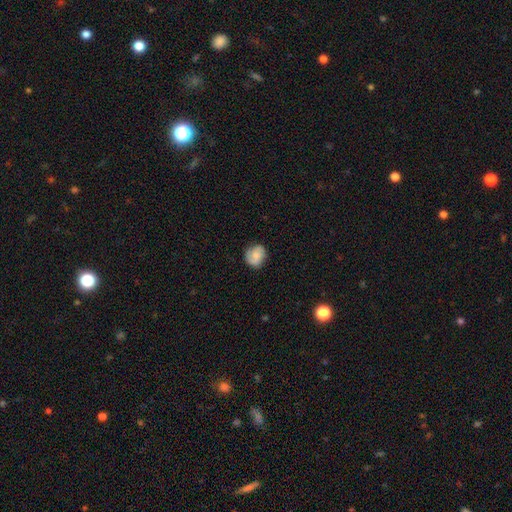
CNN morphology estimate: Smooth or featured? Predicted: smooth (p=0.59). How rounded? Predicted: round (p=0.68). Merging? Predicted: none (p=0.74).